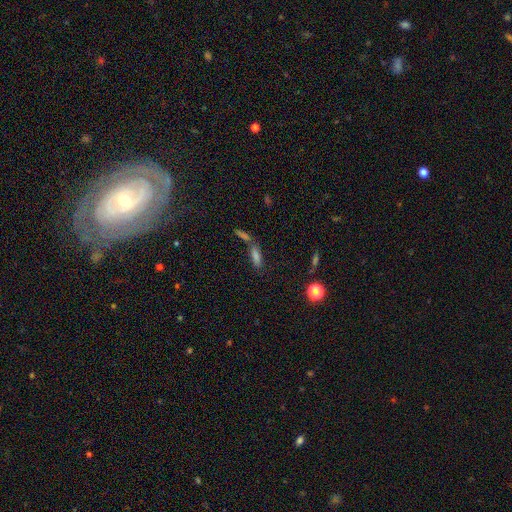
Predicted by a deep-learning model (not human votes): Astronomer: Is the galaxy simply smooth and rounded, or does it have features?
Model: smooth — 63%.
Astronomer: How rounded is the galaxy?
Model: in between — 48% (runner-up: cigar-shaped, 47%).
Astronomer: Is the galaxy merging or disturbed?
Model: none — 47% (runner-up: merger, 35%).